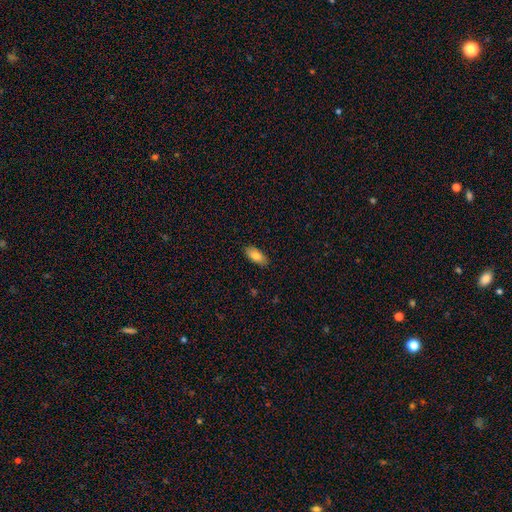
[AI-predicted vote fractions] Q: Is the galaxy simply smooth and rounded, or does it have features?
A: smooth — 79%.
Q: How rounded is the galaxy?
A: in between — 88%.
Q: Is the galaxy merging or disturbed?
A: none — 87%.